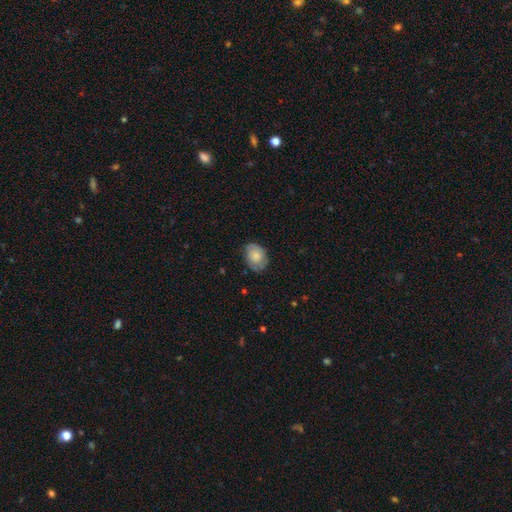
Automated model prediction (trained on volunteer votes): Smooth or featured? smooth (69%)
How rounded? in between (69%)
Merging? none (73%)